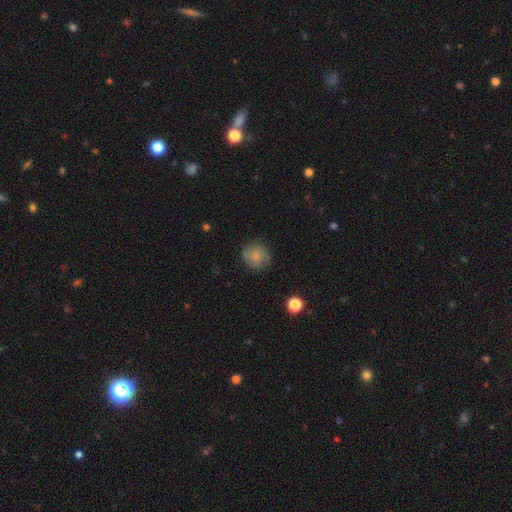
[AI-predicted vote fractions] Overall: smooth (77%). How rounded: round (89%). Merging: none (78%).